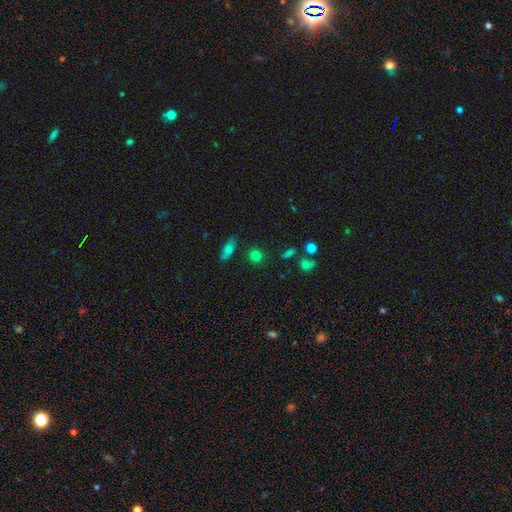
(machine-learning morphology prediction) type=smooth (77%); roundness=round (81%); merging=none (81%).